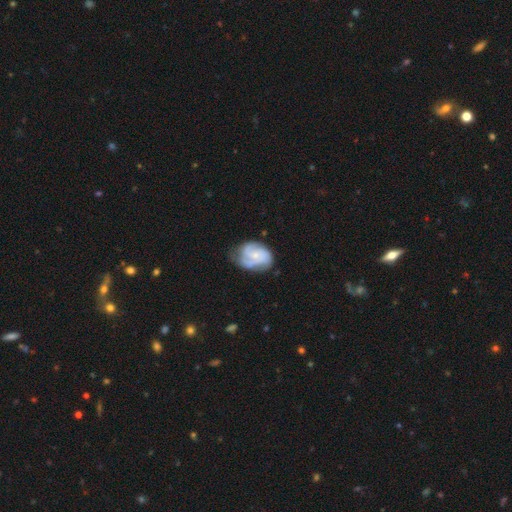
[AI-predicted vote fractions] Overall: featured or disk (74%). Edge-on disk: no (98%). Bar: no (68%). Spiral arms: yes (93%). Spiral arm count: 3 (36%; 2 31%). Spiral winding: tight (45%; medium 42%). Bulge size: small (67%). Merging: none (56%; minor disturbance 29%).